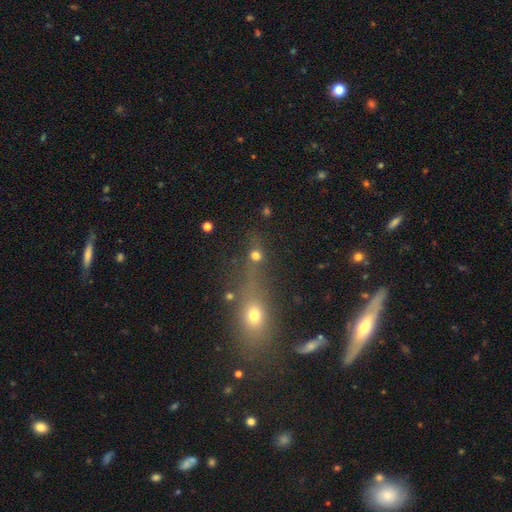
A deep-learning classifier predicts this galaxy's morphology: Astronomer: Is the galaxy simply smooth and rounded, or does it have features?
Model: smooth — 66%.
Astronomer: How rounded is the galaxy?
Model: round — 73%.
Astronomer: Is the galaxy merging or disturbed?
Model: none — 48% (runner-up: merger, 30%).